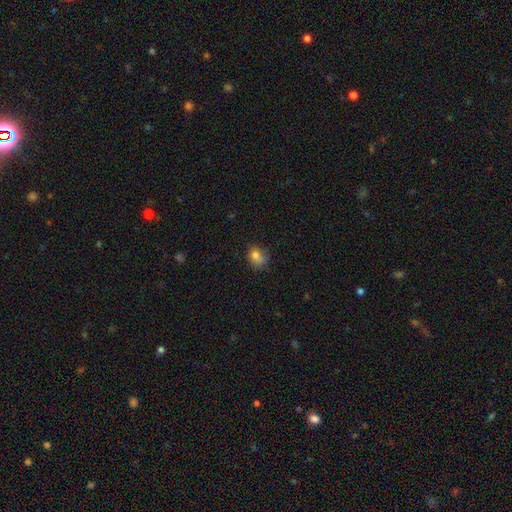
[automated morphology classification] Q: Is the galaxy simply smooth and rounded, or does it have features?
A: smooth — 79%.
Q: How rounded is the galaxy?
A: in between — 51%.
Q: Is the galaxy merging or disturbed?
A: none — 55%.